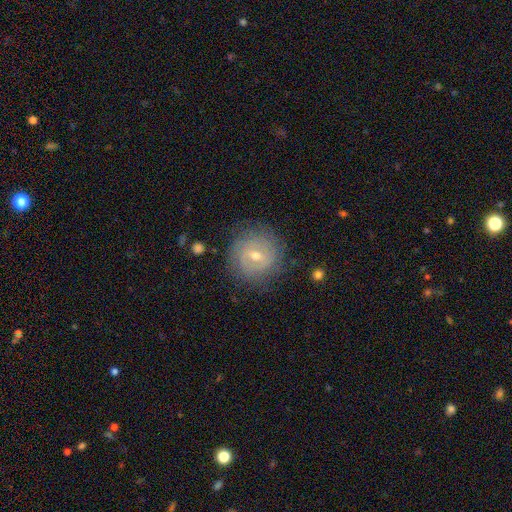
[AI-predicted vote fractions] Smooth or featured?
  - featured or disk: 65% *
  - smooth: 26%
  - star or artifact: 9%
Edge-on disk?
  - no: 96% *
  - yes: 4%
Bar?
  - weak: 54% *
  - no: 28%
  - strong: 18%
Spiral arms?
  - yes: 75% *
  - no: 25%
Bulge size?
  - moderate: 54% *
  - small: 43%
  - large: 2%
  - none: 1%
  - dominant: 1%
Merging?
  - none: 80% *
  - minor disturbance: 13%
  - major disturbance: 5%
  - merger: 1%